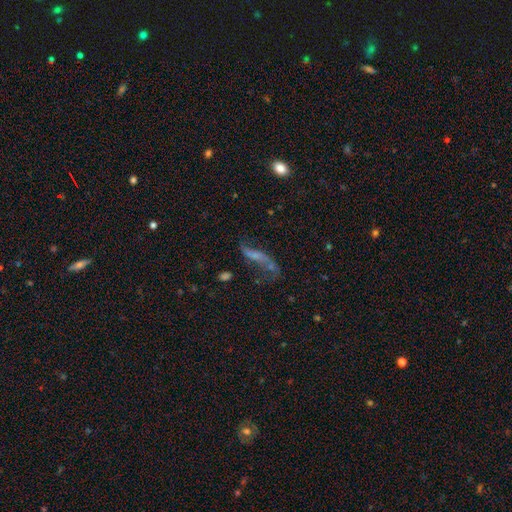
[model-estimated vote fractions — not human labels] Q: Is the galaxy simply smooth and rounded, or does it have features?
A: featured or disk — 59%.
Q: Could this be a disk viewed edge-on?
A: no — 82%.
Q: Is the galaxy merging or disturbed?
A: none — 41%.